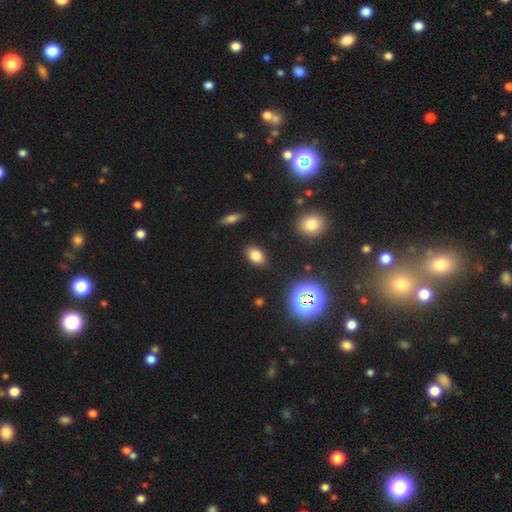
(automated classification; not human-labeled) This is likely a smooth galaxy (78%). How rounded: clearly in between (86%). Merging: clearly none (88%).